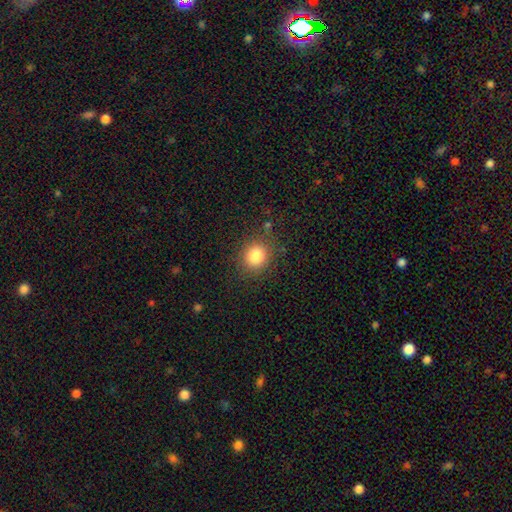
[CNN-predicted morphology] A smooth galaxy with no disk features (83%) that is round (80%).

Vote fractions:
- Smooth or featured? smooth: 83% / star or artifact: 11% / featured or disk: 6%
- How rounded? round: 80% / in between: 19% / cigar-shaped: 1%
- Merging? none: 84% / minor disturbance: 10% / major disturbance: 4% / merger: 2%